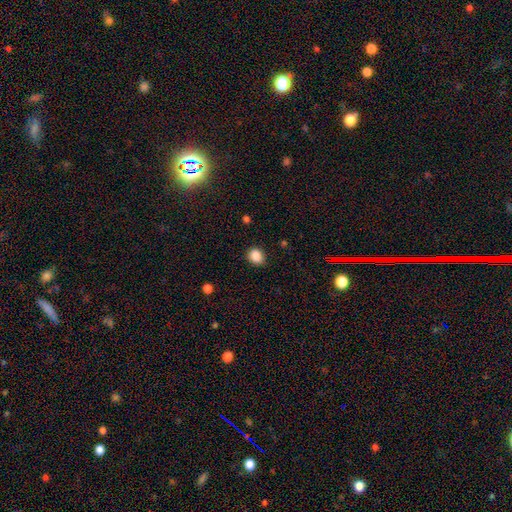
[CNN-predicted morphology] Q: Smooth or featured?
A: smooth (87%); runner-up: star or artifact (10%)
Q: How rounded?
A: round (58%); runner-up: in between (41%)
Q: Merging?
A: none (85%); runner-up: minor disturbance (11%)